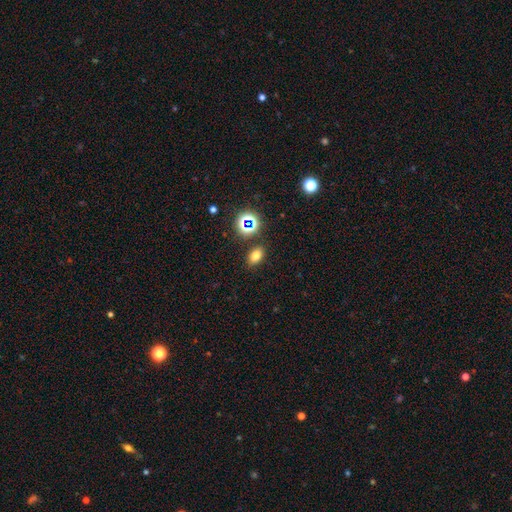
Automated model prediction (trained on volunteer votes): This appears to be a smooth galaxy with no disk features (73%) that is in between round and cigar-shaped (79%). Merging: none (84%).